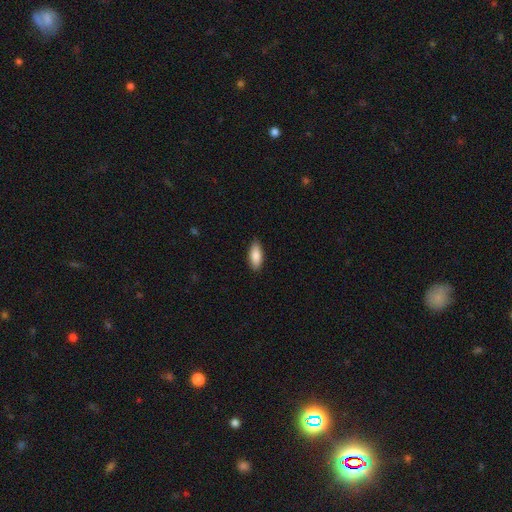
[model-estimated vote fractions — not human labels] A smooth galaxy with no disk features (87%) that is in between round and cigar-shaped (81%). Merging: none (87%).